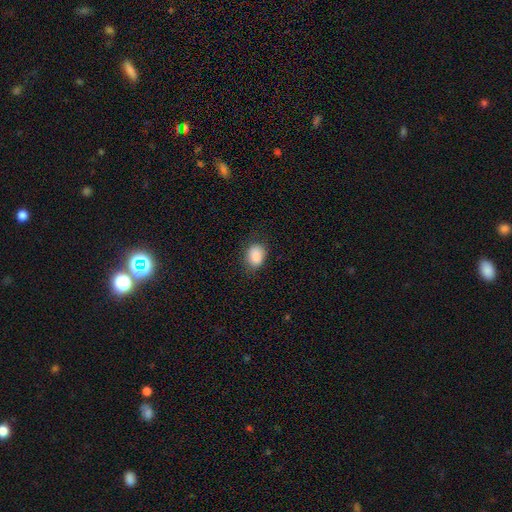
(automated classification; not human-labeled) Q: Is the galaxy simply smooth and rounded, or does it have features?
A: smooth — 87%.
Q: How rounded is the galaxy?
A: in between — 65%.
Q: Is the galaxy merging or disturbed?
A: none — 75%.